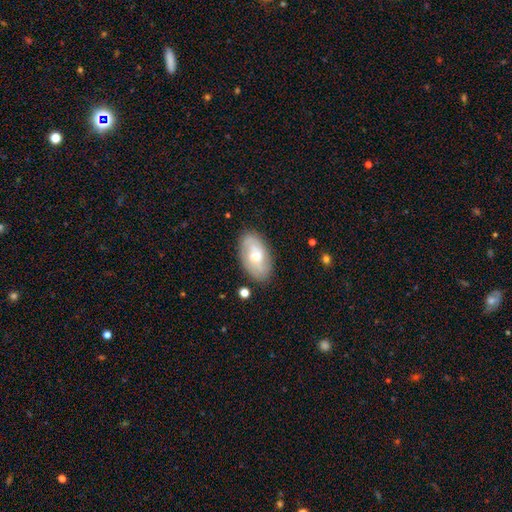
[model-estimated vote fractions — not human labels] Q: Smooth or featured?
A: featured or disk (57%); runner-up: smooth (36%)
Q: Edge-on disk?
A: no (94%); runner-up: yes (6%)
Q: Bar?
A: no (52%); runner-up: weak (41%)
Q: Spiral arms?
A: yes (84%); runner-up: no (16%)
Q: Bulge size?
A: moderate (53%); runner-up: small (29%)
Q: Merging?
A: none (79%); runner-up: minor disturbance (15%)